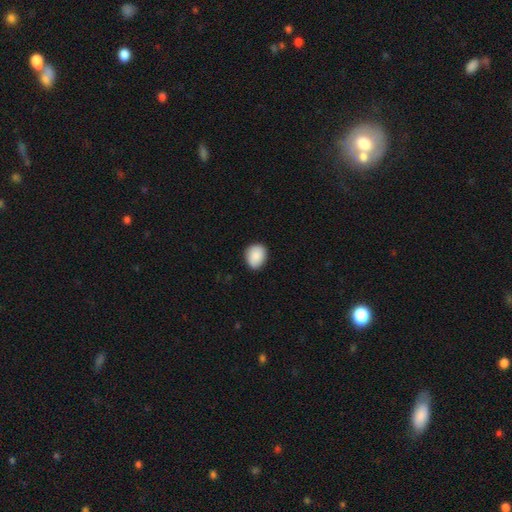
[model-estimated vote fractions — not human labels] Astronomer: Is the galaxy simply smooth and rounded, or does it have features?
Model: smooth — 89%.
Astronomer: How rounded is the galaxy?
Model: in between — 53% (runner-up: round, 46%).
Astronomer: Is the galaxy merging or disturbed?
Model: none — 84%.